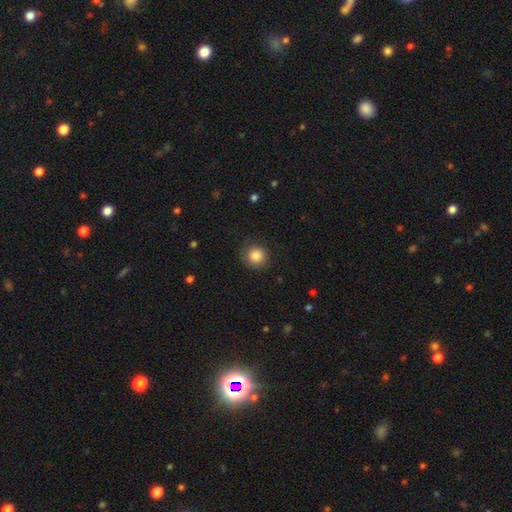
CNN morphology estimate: smooth-or-featured: smooth: 86% | star or artifact: 10% | featured or disk: 5%
  how-rounded: round: 92% | in between: 7% | cigar-shaped: 1%
  merging: none: 85% | minor disturbance: 10% | major disturbance: 3% | merger: 1%